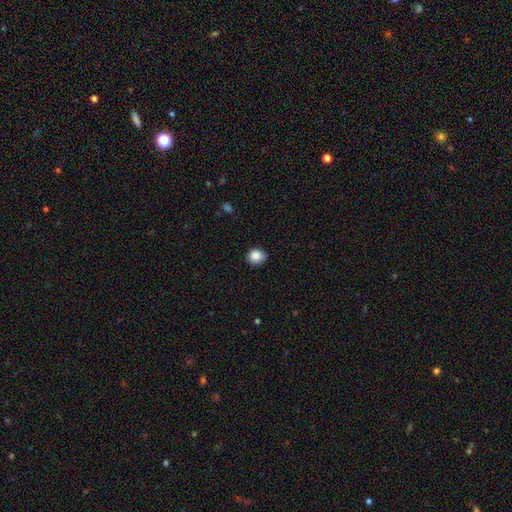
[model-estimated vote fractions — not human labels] Smooth or featured? Predicted: smooth (p=0.88). How rounded? Predicted: round (p=0.71). Merging? Predicted: none (p=0.81).